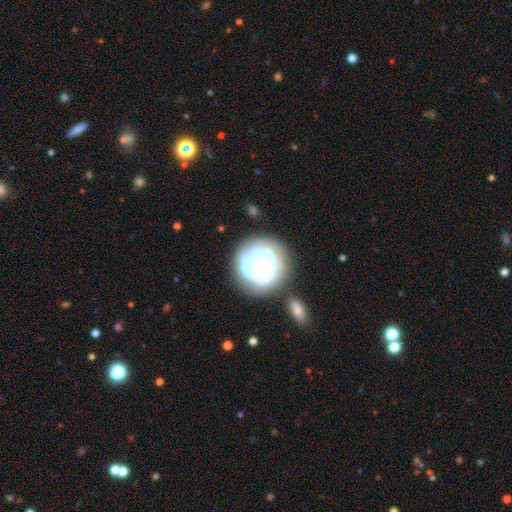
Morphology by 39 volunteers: Smooth or featured?
  - featured or disk: 82% *
  - smooth: 18%
  - star or artifact: 0%
Edge-on disk?
  - no: 100% *
  - yes: 0%
Bar?
  - no: 84% *
  - weak: 16%
  - strong: 0%
Spiral arms?
  - no: 78% *
  - yes: 22%
Bulge size?
  - small: 47% *
  - moderate: 41%
  - large: 6%
  - dominant: 3%
  - none: 3%
Merging?
  - none: 41% *
  - minor disturbance: 28%
  - major disturbance: 21%
  - merger: 10%